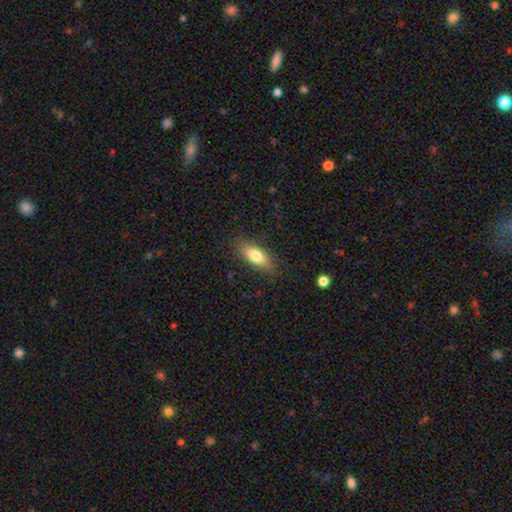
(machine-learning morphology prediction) This appears to be a smooth galaxy with no disk features (78%) that is in between round and cigar-shaped (75%). Merging: none (84%).